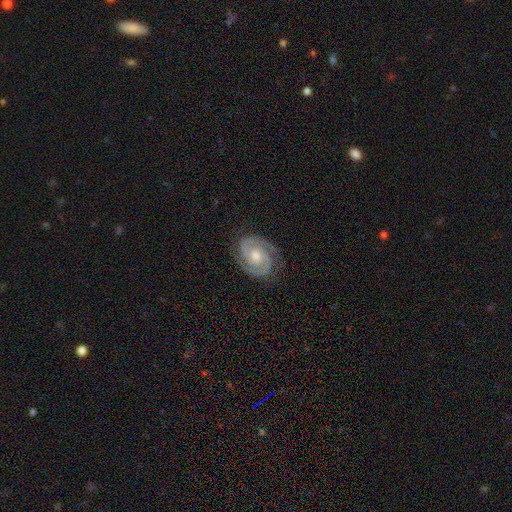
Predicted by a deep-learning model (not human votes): The model was most divided on "bulge size": moderate: 64%, small: 29%, large: 4%, none: 2%, dominant: 1%. More confident: spiral arms — yes (99%); edge-on disk — no (98%); spiral arm count — 2 (92%); smooth or featured — featured or disk (91%); merging — none (84%); spiral winding — tight (69%); bar — no (64%).